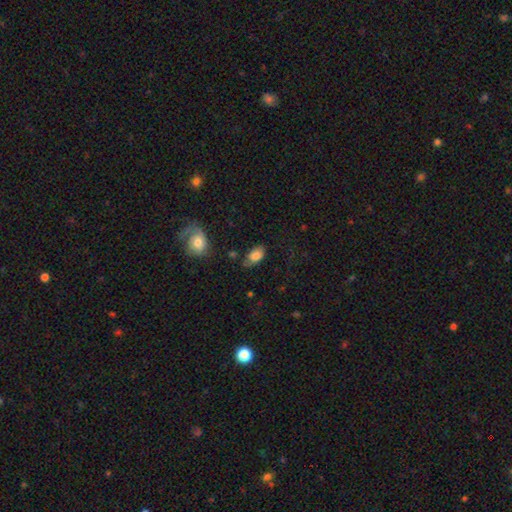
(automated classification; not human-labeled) Morphology: type=smooth (75%); roundness=in between (91%); merging=none (58%).